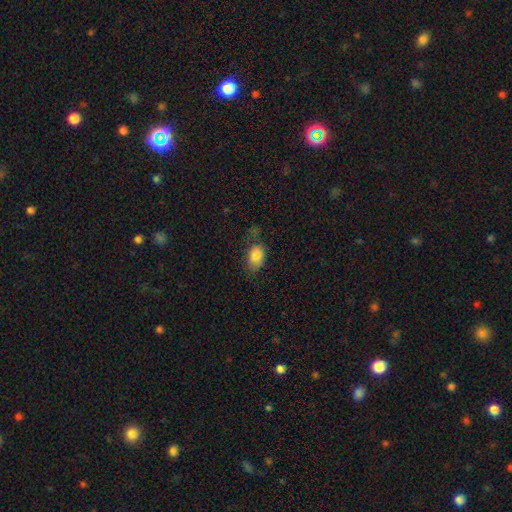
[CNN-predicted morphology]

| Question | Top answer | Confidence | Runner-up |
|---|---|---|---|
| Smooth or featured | smooth | 83% | featured or disk (8%) |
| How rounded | in between | 80% | round (19%) |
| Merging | none | 63% | minor disturbance (26%) |